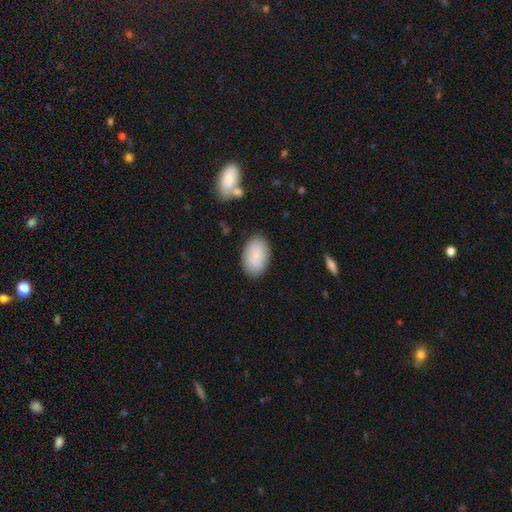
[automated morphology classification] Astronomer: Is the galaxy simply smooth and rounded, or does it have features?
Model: smooth — 86%.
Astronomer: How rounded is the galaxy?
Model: in between — 93%.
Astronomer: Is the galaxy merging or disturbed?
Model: none — 86%.